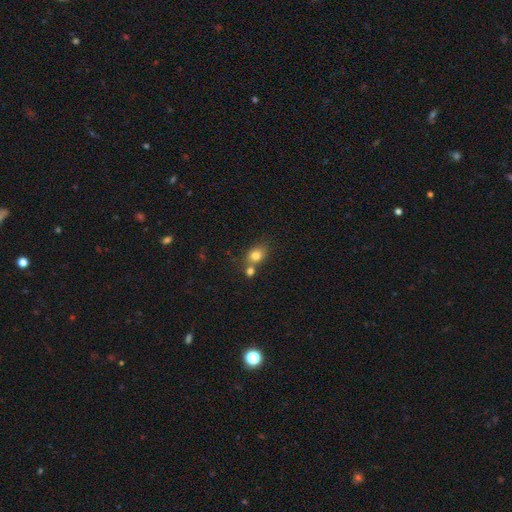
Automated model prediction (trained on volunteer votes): A smooth galaxy with no disk features (80%) that is in between round and cigar-shaped (53%).

Vote fractions:
- Smooth or featured? smooth: 80% / star or artifact: 11% / featured or disk: 9%
- How rounded? in between: 53% / round: 46% / cigar-shaped: 1%
- Merging? none: 52% / merger: 33% / minor disturbance: 11% / major disturbance: 4%